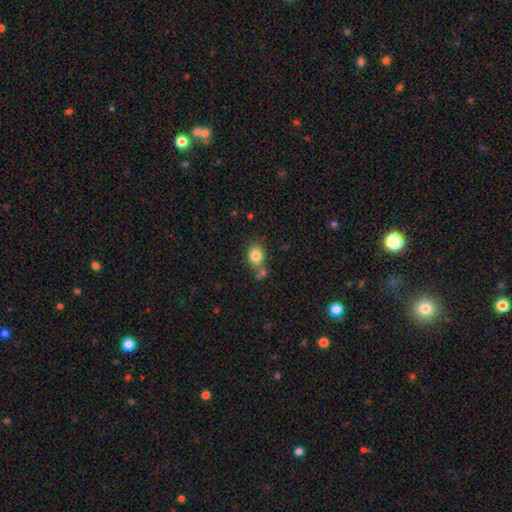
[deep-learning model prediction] smooth 83%, star or artifact 9%, featured or disk 8%. Down the decision tree: how rounded — in between (57%); merging — none (60%).